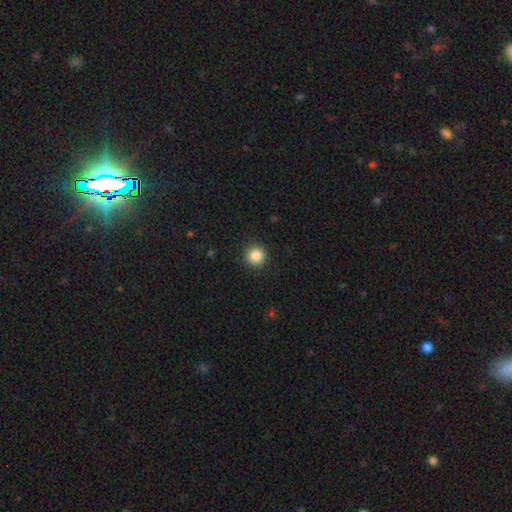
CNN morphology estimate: Smooth or featured: smooth — 87% (star or artifact — 10%)
How rounded: round — 95% (in between — 4%)
Merging: none — 91% (minor disturbance — 6%)